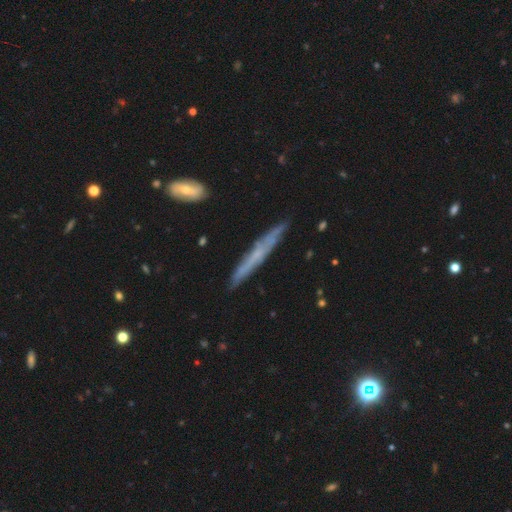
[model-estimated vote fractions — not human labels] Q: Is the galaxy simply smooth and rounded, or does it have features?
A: featured or disk — 54%.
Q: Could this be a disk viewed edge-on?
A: yes — 88%.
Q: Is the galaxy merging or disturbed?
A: none — 84%.